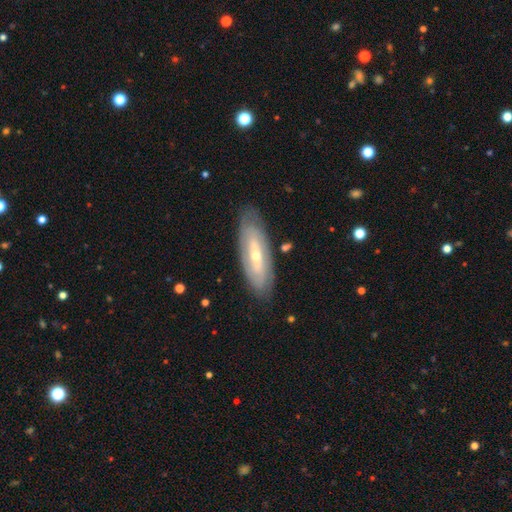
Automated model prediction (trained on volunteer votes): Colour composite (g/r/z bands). It shows a featured or disk galaxy (70%) with no bar (50%), spiral arms (59%) and a small central bulge (58%). Merging: none (83%).